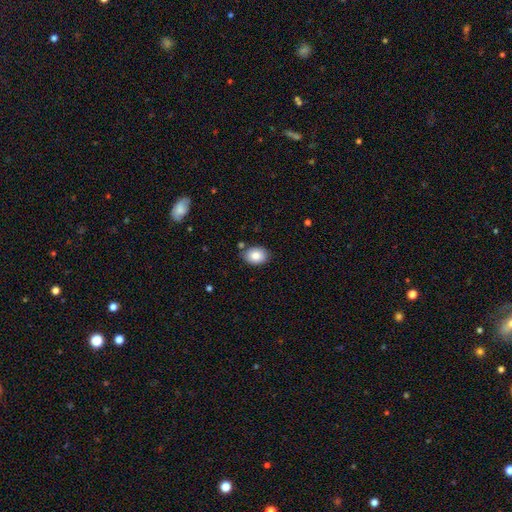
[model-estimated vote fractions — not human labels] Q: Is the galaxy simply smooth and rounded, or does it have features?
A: smooth — 86%.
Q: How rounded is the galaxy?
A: in between — 74%.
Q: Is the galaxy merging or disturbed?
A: none — 80%.